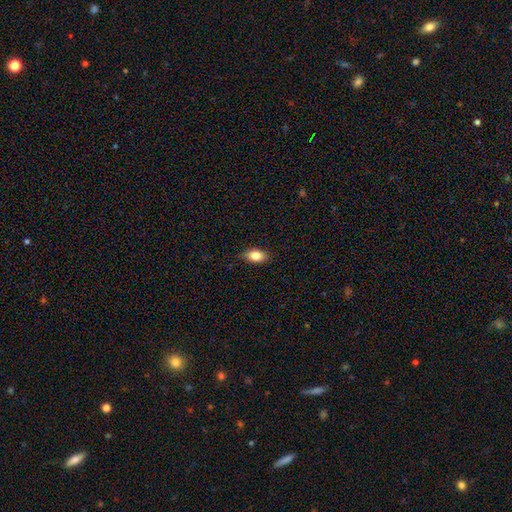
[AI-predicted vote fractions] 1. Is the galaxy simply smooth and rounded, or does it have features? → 82% smooth, 10% featured or disk, 8% star or artifact.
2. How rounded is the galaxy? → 88% in between, 8% round, 4% cigar-shaped.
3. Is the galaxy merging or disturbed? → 84% none, 13% minor disturbance, 2% major disturbance, 1% merger.